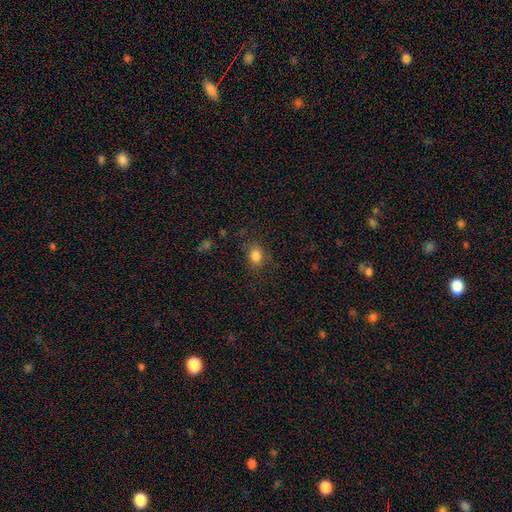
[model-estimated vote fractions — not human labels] smooth_or_featured: smooth (p=0.83) [alt: star or artifact p=0.12]
how_rounded: in between (p=0.61) [alt: round p=0.37]
merging: none (p=0.80) [alt: minor disturbance p=0.14]